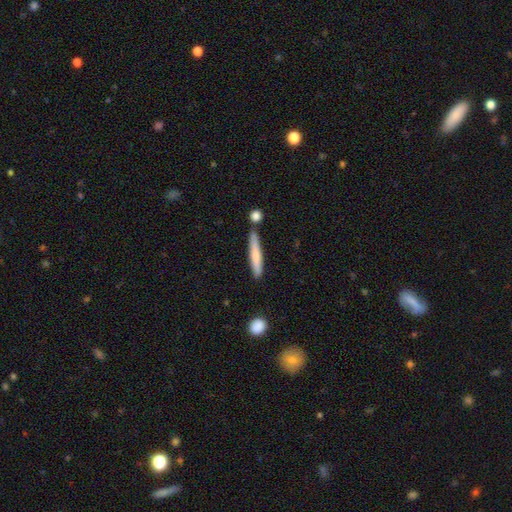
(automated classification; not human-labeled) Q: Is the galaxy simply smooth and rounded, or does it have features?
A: smooth — 66%.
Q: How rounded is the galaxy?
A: cigar-shaped — 92%.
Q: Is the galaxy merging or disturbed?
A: none — 78%.